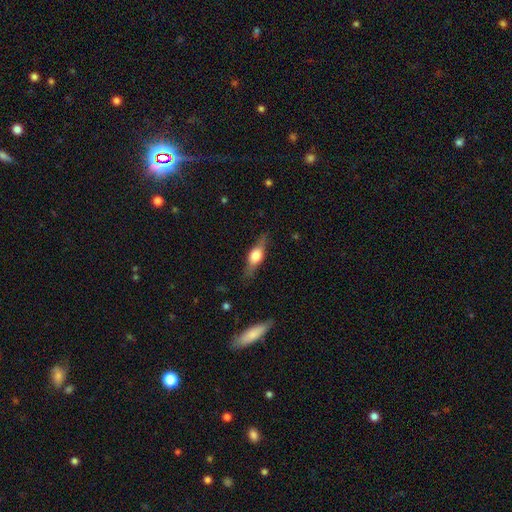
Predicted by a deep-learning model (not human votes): smooth-or-featured: featured or disk: 52% | smooth: 41% | star or artifact: 7%
  disk-edge-on: yes: 91% | no: 9%
  merging: none: 79% | minor disturbance: 15% | major disturbance: 4% | merger: 1%